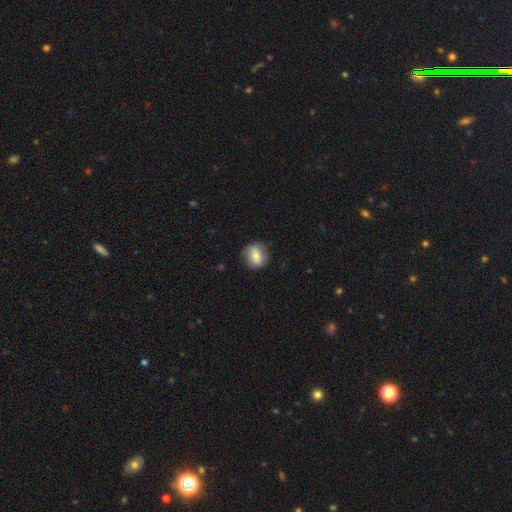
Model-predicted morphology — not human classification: This appears to be a smooth galaxy with no disk features (77%) that is round (71%). Merging: none (82%).